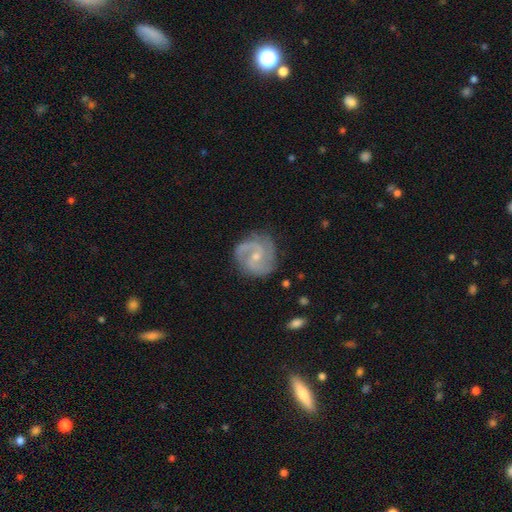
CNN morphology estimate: Smooth or featured?
  - featured or disk: 86% *
  - smooth: 9%
  - star or artifact: 5%
Edge-on disk?
  - no: 98% *
  - yes: 2%
Bar?
  - no: 50% *
  - weak: 42%
  - strong: 8%
Spiral arms?
  - yes: 97% *
  - no: 3%
Spiral winding?
  - medium: 51% *
  - tight: 34%
  - loose: 15%
Spiral arm count?
  - 2: 66% *
  - 3: 17%
  - can't tell: 8%
  - 1: 3%
  - 4: 3%
  - more than 4: 2%
Bulge size?
  - small: 62% *
  - moderate: 34%
  - none: 2%
  - large: 1%
  - dominant: 1%
Merging?
  - none: 75% *
  - minor disturbance: 18%
  - major disturbance: 6%
  - merger: 2%